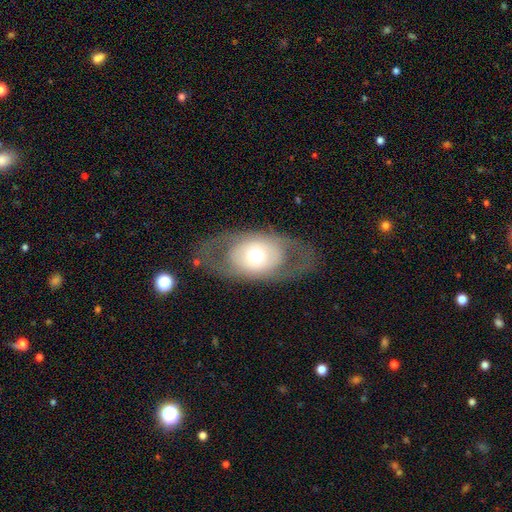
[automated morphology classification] A featured or disk galaxy (55%).

Vote fractions:
- Smooth or featured? featured or disk: 55% / smooth: 38% / star or artifact: 7%
- Edge-on disk? no: 87% / yes: 13%
- Merging? none: 74% / minor disturbance: 13% / major disturbance: 12% / merger: 1%